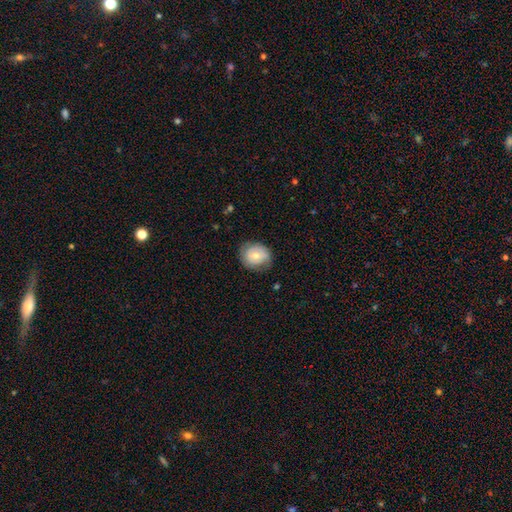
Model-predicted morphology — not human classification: Smooth or featured: smooth — 54% (featured or disk — 38%)
How rounded: round — 72% (in between — 27%)
Merging: none — 69% (minor disturbance — 23%)